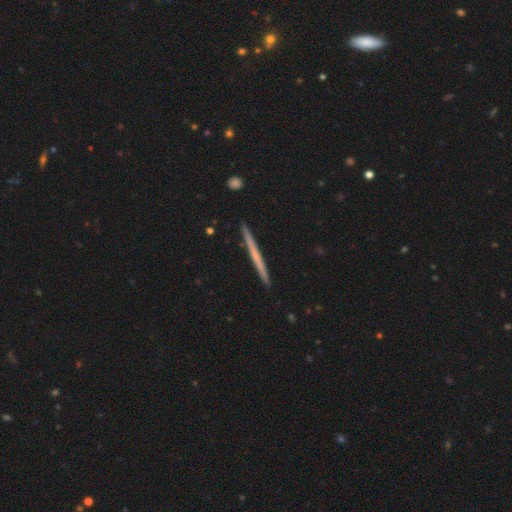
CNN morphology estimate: This is possibly a featured or disk galaxy (53%). It is clearly viewed edge-on (98%). Edge-on bulge: clearly none (86%). Merging: clearly none (93%).